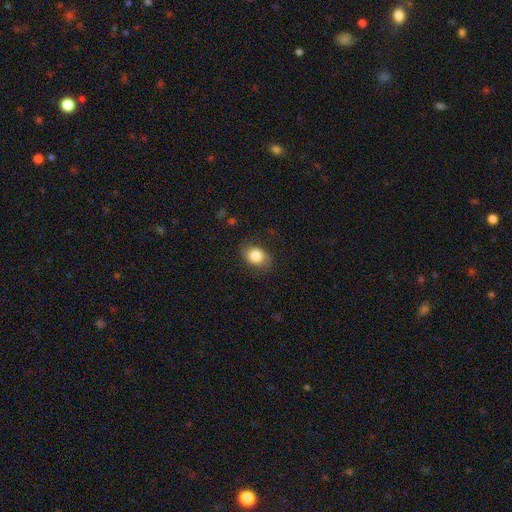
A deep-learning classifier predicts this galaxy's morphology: Smooth or featured? Predicted: smooth (p=0.81). How rounded? Predicted: in between (p=0.64). Merging? Predicted: none (p=0.77).